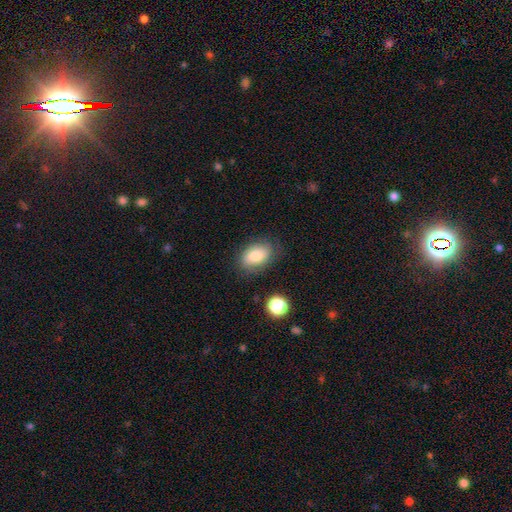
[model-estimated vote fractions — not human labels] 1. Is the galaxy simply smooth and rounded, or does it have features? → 79% smooth, 12% featured or disk, 9% star or artifact.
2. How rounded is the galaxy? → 86% in between, 12% round, 1% cigar-shaped.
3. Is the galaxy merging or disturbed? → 78% none, 15% minor disturbance, 4% major disturbance, 2% merger.